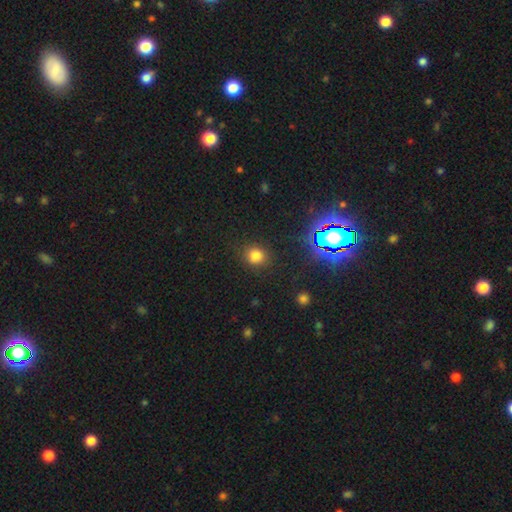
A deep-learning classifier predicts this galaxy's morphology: A smooth galaxy with no disk features (75%) that is round (81%).

Vote fractions:
- Smooth or featured? smooth: 75% / star or artifact: 19% / featured or disk: 6%
- How rounded? round: 81% / in between: 18% / cigar-shaped: 1%
- Merging? none: 86% / minor disturbance: 9% / major disturbance: 3% / merger: 2%